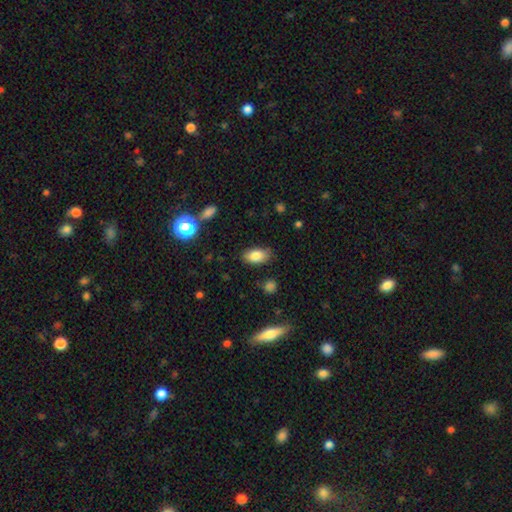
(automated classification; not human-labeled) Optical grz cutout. It shows a smooth galaxy with no disk features (84%) that is in between round and cigar-shaped (92%). Merging: none (81%).